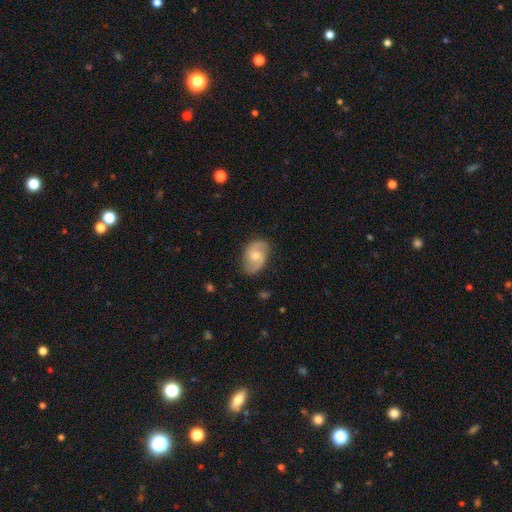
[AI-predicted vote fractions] Smooth or featured: featured or disk — 69% (smooth — 25%)
Edge-on disk: no — 97% (yes — 3%)
Bar: no — 53% (weak — 41%)
Spiral arms: yes — 93% (no — 7%)
Spiral winding: medium — 48% (loose — 33%)
Spiral arm count: 2 — 90% (can't tell — 5%)
Bulge size: moderate — 55% (small — 35%)
Merging: none — 80% (minor disturbance — 15%)